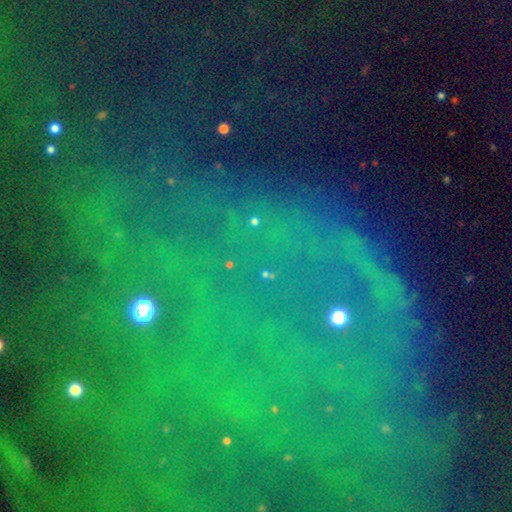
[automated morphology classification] A star or artifact, not a galaxy (78%).